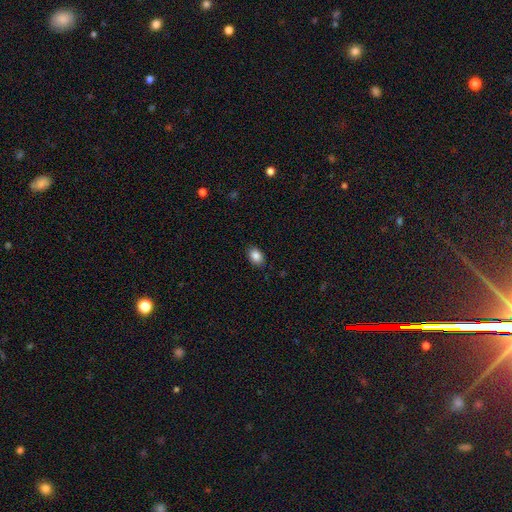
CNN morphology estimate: Smooth or featured? Predicted: smooth (p=0.87). How rounded? Predicted: in between (p=0.78). Merging? Predicted: none (p=0.87).